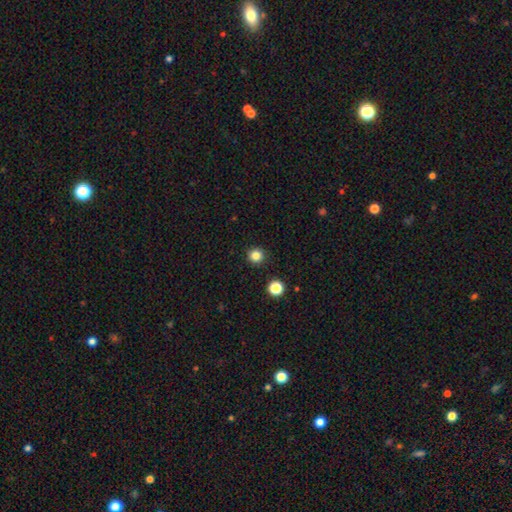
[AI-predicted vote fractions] Smooth or featured? Predicted: smooth (p=0.83). How rounded? Predicted: round (p=0.95). Merging? Predicted: none (p=0.92).